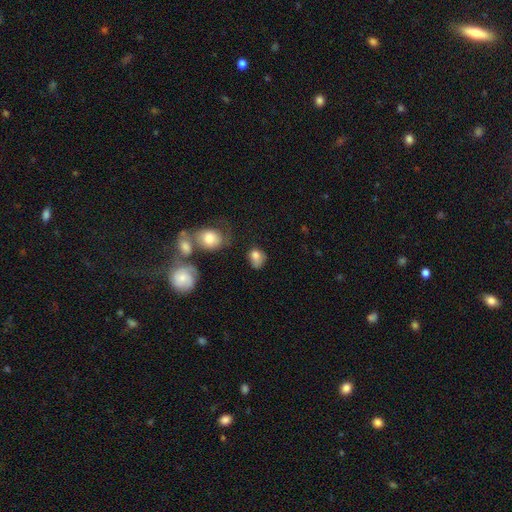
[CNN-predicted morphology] Smooth or featured? smooth (78%)
How rounded? in between (59%)
Merging? none (40%)